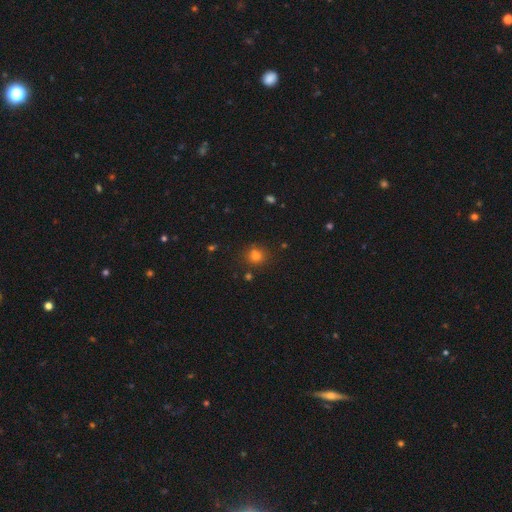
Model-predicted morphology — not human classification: A smooth galaxy with no disk features (76%) that is round (82%). Merging: none (76%).